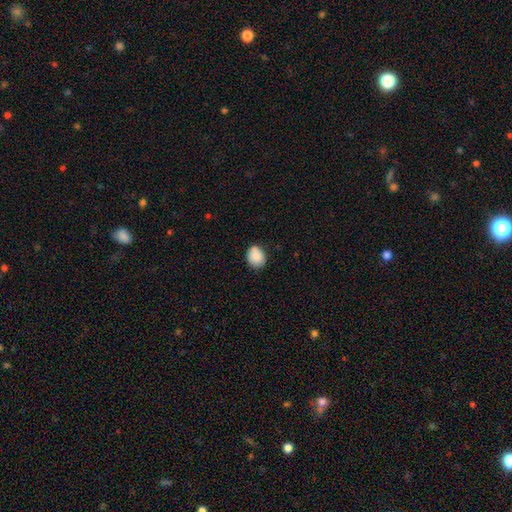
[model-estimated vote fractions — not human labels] Overall: smooth (87%). How rounded: round (60%; in between 39%). Merging: none (75%).